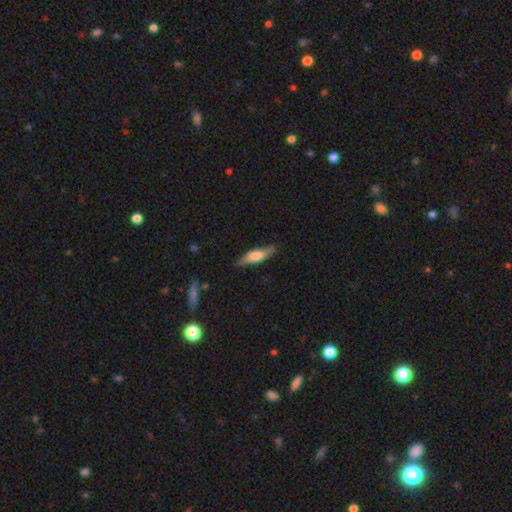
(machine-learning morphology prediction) smooth_or_featured: smooth (p=0.57) [alt: featured or disk p=0.37]
how_rounded: cigar-shaped (p=0.64) [alt: in between p=0.34]
merging: none (p=0.82) [alt: minor disturbance p=0.14]